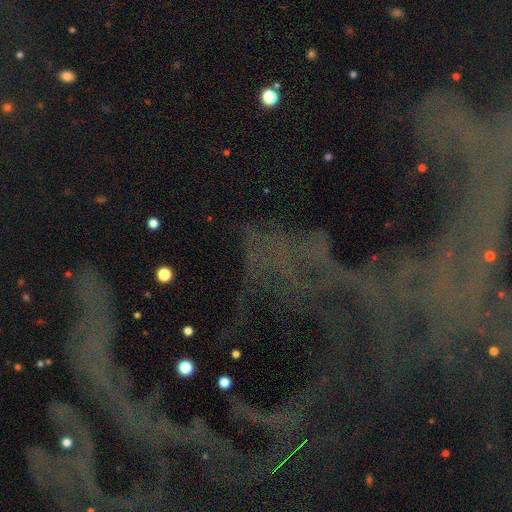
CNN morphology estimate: A star or artifact, not a galaxy (74%).